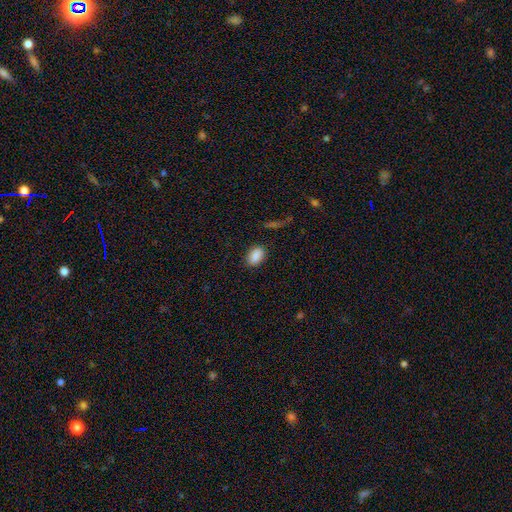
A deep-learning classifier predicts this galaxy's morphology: Smooth or featured? smooth (87%)
How rounded? in between (83%)
Merging? none (85%)